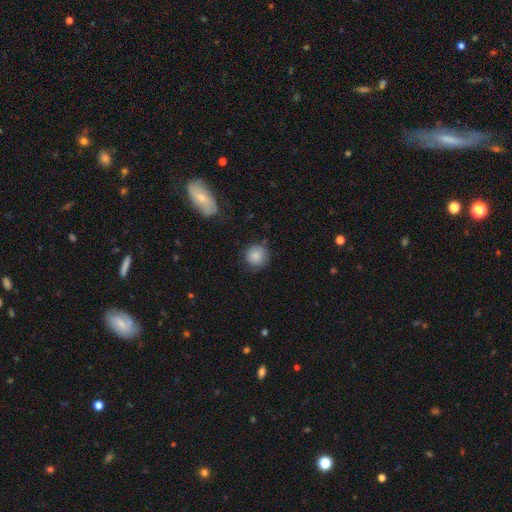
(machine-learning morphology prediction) Overall: smooth (85%). How rounded: round (92%). Merging: none (79%).